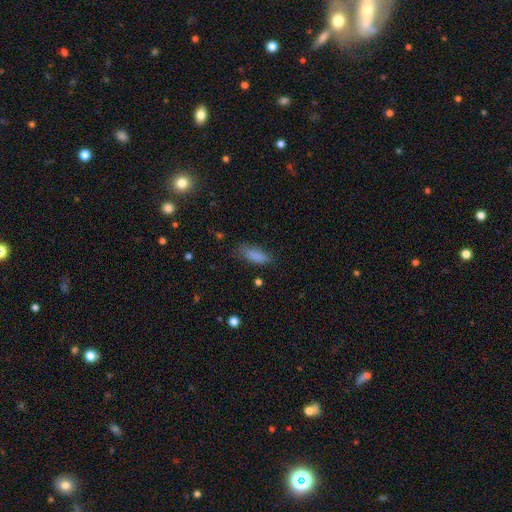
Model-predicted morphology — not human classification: smooth_or_featured: smooth (p=0.84) [alt: star or artifact p=0.09]
how_rounded: in between (p=0.70) [alt: cigar-shaped p=0.28]
merging: none (p=0.69) [alt: minor disturbance p=0.22]